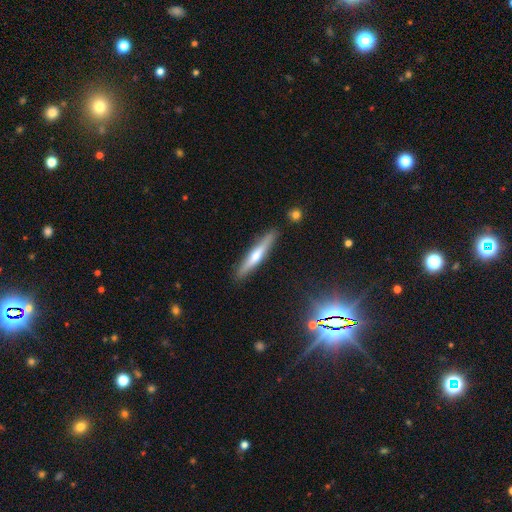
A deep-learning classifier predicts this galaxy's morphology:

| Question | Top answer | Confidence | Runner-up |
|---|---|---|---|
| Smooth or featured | featured or disk | 53% | smooth (40%) |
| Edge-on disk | yes | 95% | no (5%) |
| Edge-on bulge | rounded | 81% | none (14%) |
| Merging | none | 89% | minor disturbance (8%) |